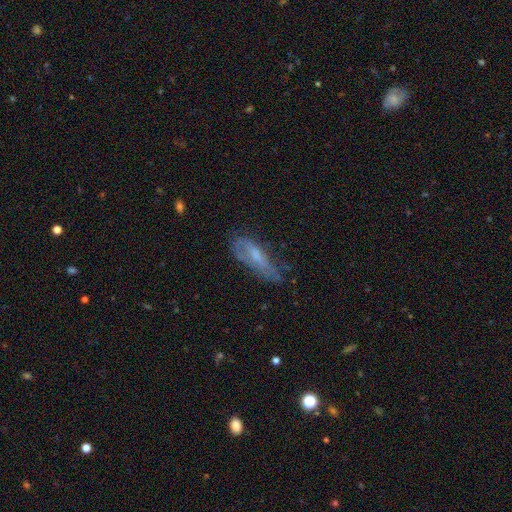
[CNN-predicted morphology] smooth-or-featured: featured or disk: 46% | smooth: 45% | star or artifact: 9%
  merging: none: 43% | minor disturbance: 33% | major disturbance: 22% | merger: 3%